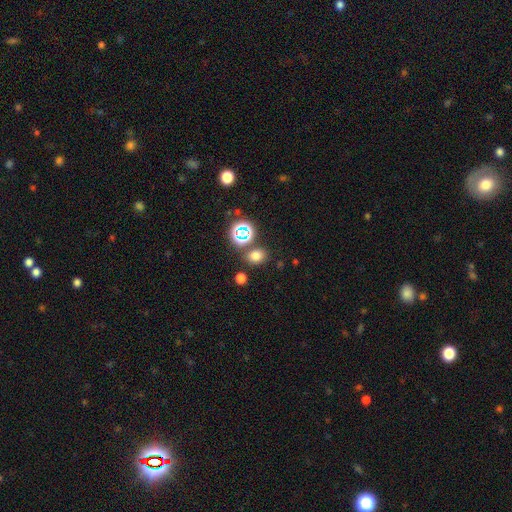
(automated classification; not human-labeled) smooth 69%, star or artifact 24%, featured or disk 7%. Down the decision tree: how rounded — round (52%); merging — none (78%).